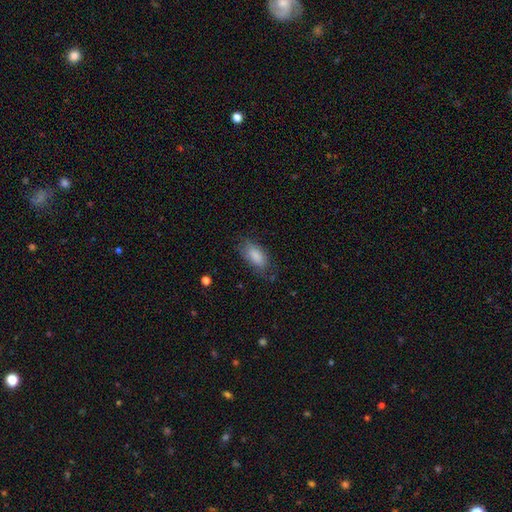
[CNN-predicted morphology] This is clearly a smooth galaxy (85%). How rounded: clearly in between (90%). Merging: likely none (67%).